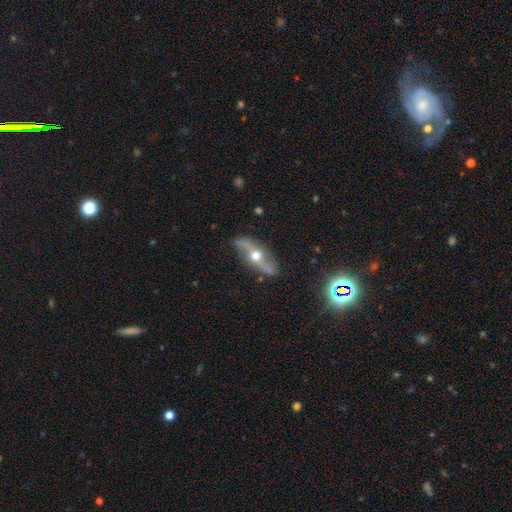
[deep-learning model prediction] Smooth or featured? featured or disk (79%)
Edge-on disk? no (69%)
Bar? no (61%)
Spiral arms? yes (83%)
Bulge size? moderate (78%)
Merging? none (80%)